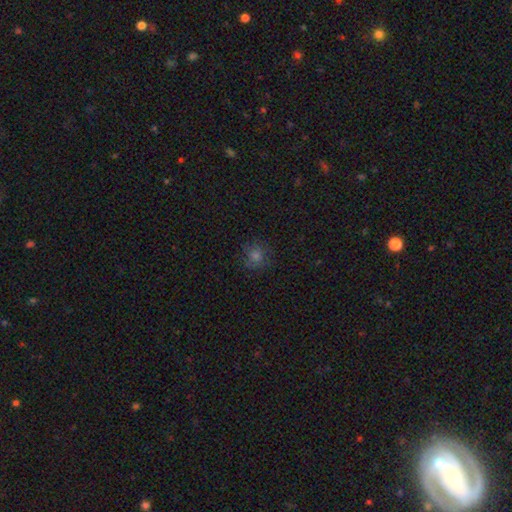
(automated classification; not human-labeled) This is likely a smooth galaxy (62%). How rounded: clearly round (89%). Merging: clearly none (82%).